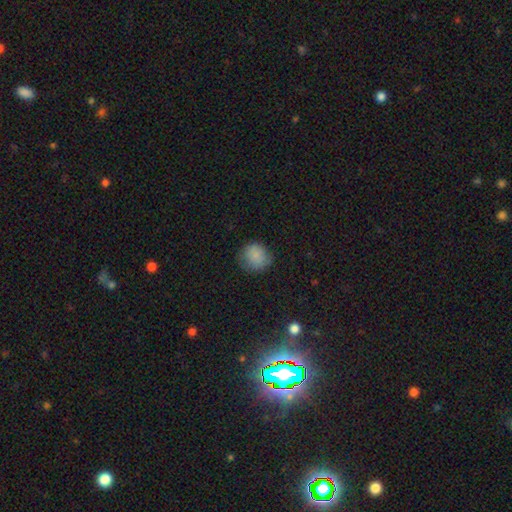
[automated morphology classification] The model was most divided on "merging": none: 70%, minor disturbance: 22%, major disturbance: 7%, merger: 1%. More confident: how rounded — round (85%); smooth or featured — smooth (82%).